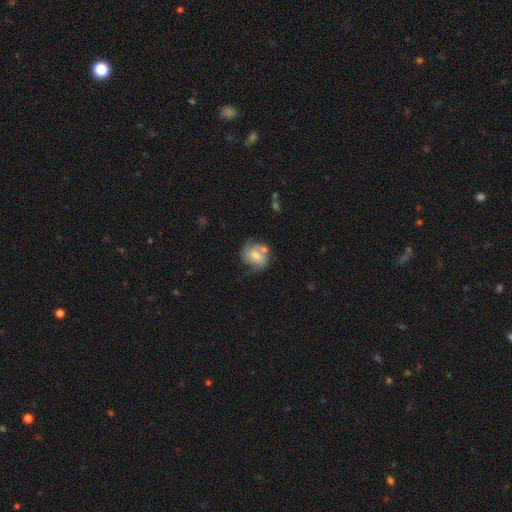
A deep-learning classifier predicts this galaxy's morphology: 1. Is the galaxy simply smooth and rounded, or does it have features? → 53% smooth, 38% featured or disk, 8% star or artifact.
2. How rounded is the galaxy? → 57% round, 41% in between, 1% cigar-shaped.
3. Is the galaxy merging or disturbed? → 42% none, 24% minor disturbance, 21% merger, 13% major disturbance.